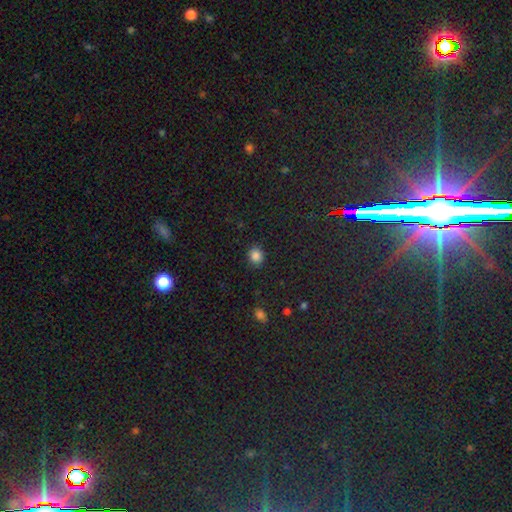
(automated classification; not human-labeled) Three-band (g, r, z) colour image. It shows a smooth galaxy with no disk features (85%) that is round (72%). Merging: none (88%).